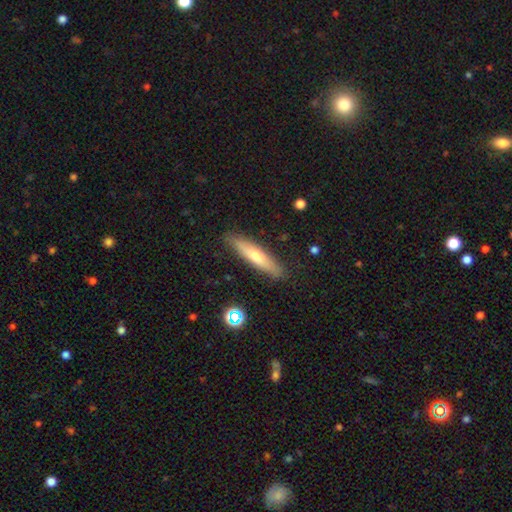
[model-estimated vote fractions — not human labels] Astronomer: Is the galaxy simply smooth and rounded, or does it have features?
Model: smooth — 57% (runner-up: featured or disk, 36%).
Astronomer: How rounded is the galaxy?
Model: cigar-shaped — 84%.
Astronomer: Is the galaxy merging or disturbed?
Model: none — 87%.